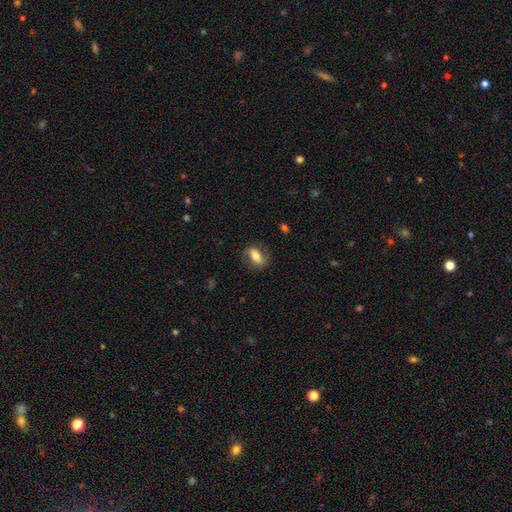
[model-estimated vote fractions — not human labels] This is possibly a smooth galaxy (53%). How rounded: likely in between (78%). Merging: likely none (76%).